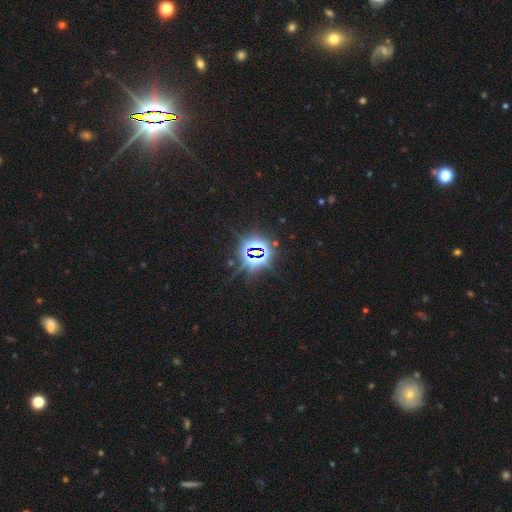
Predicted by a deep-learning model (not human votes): Smooth or featured? Predicted: star or artifact (p=0.83).